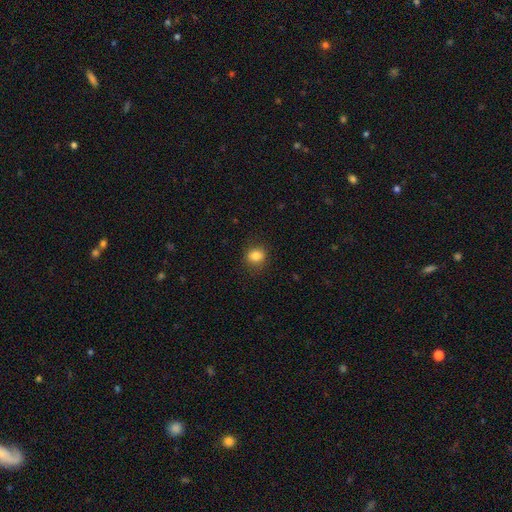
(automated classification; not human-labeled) Smooth or featured? smooth (84%)
How rounded? round (70%)
Merging? none (86%)